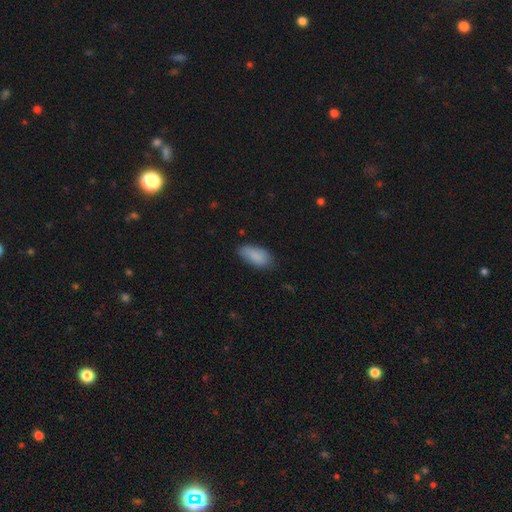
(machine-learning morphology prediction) Smooth or featured? Predicted: smooth (p=0.88). How rounded? Predicted: in between (p=0.89). Merging? Predicted: none (p=0.74).